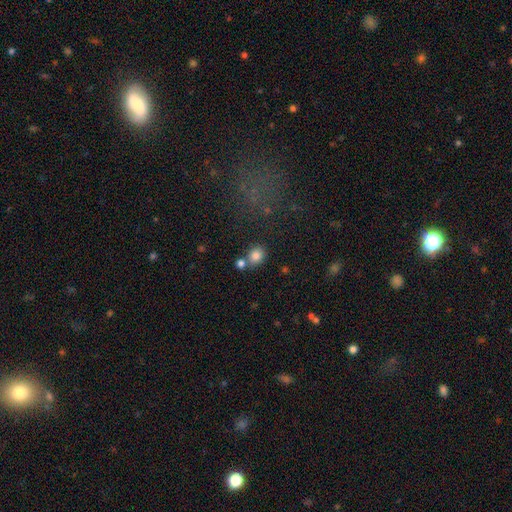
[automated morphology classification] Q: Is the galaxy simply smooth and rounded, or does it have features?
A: smooth — 82%.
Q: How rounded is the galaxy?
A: round — 64%.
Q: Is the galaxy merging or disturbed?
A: none — 61%.